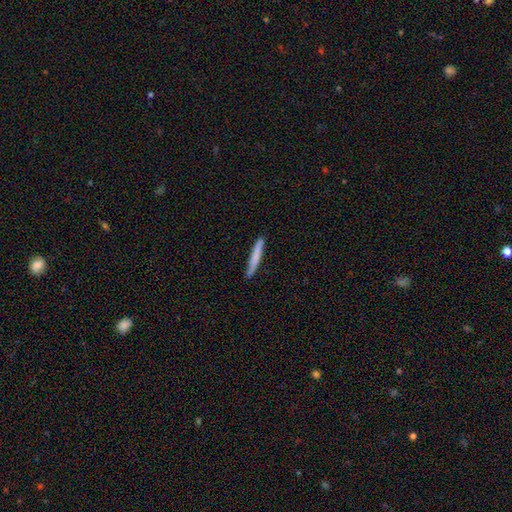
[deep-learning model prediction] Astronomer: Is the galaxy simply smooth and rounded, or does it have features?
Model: smooth — 74%.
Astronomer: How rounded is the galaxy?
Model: cigar-shaped — 96%.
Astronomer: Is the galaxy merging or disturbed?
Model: none — 87%.